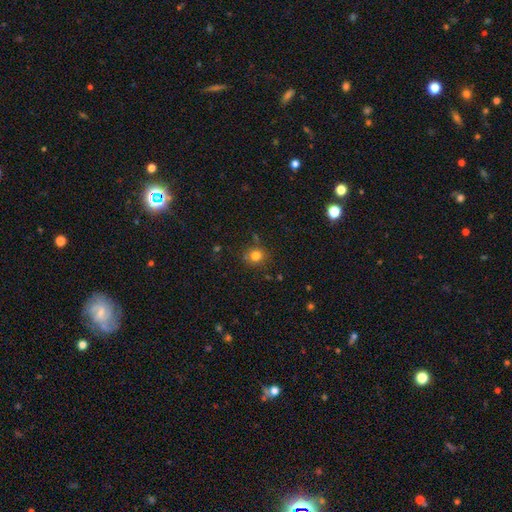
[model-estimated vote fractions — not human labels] smooth_or_featured: smooth (p=0.80) [alt: star or artifact p=0.14]
how_rounded: round (p=0.83) [alt: in between p=0.16]
merging: none (p=0.81) [alt: minor disturbance p=0.12]